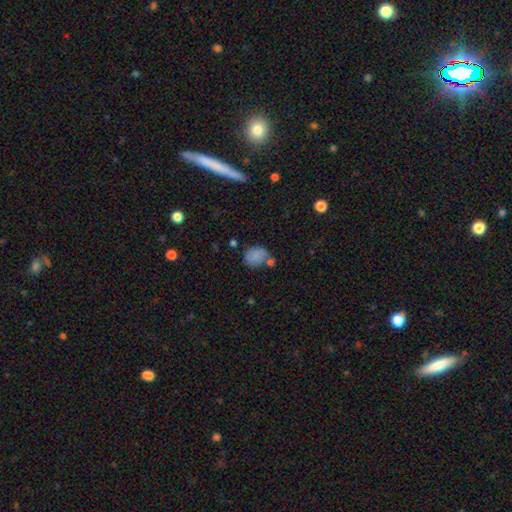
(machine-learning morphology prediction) Smooth or featured? Predicted: smooth (p=0.82). How rounded? Predicted: round (p=0.55). Merging? Predicted: none (p=0.61).